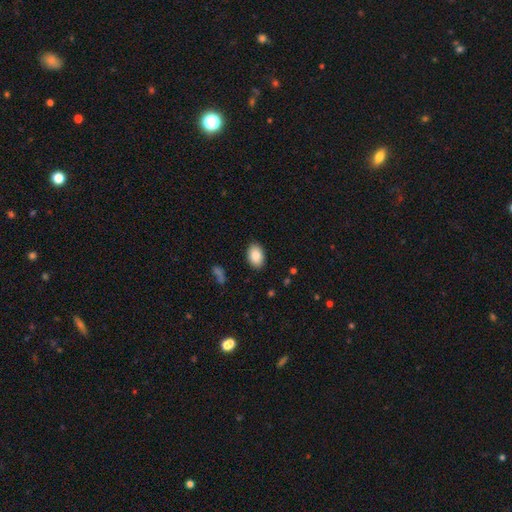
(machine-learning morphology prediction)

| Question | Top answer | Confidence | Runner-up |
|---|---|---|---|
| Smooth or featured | smooth | 87% | star or artifact (7%) |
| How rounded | in between | 89% | round (10%) |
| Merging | none | 88% | minor disturbance (9%) |